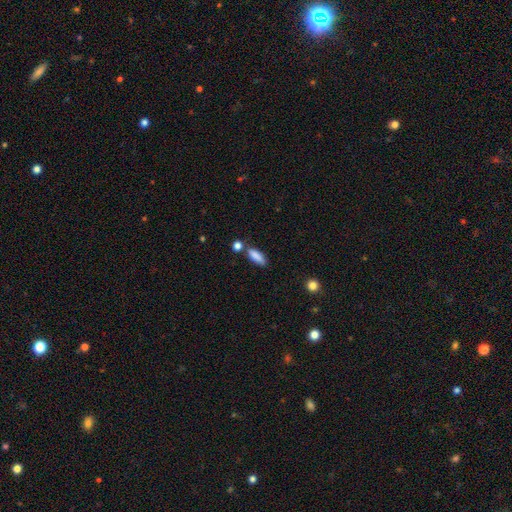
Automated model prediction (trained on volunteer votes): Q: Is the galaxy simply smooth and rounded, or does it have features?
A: smooth — 86%.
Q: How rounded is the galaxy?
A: in between — 67%.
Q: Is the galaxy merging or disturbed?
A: none — 65%.